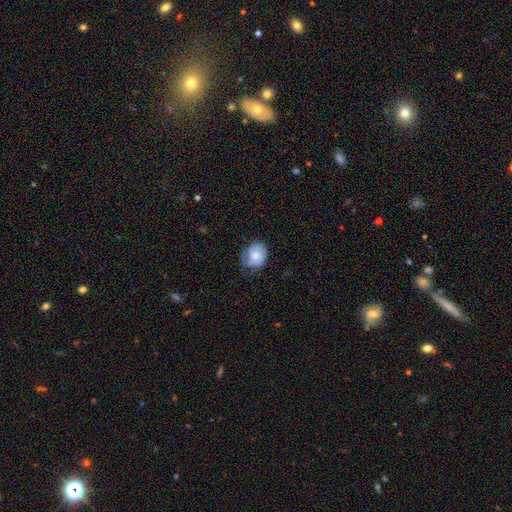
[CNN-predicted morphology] Smooth or featured? Predicted: smooth (p=0.66). How rounded? Predicted: round (p=0.61). Merging? Predicted: none (p=0.56).